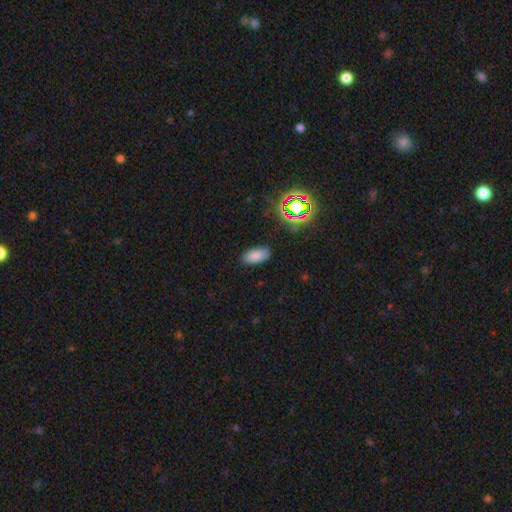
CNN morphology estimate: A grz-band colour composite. It shows a smooth galaxy with no disk features (80%) that is in between round and cigar-shaped (92%). Merging: none (85%).